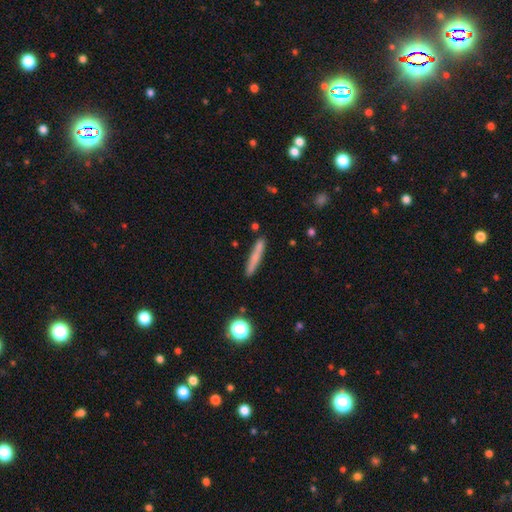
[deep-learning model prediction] A smooth galaxy with no disk features (67%) that is cigar-shaped (94%).

Vote fractions:
- Smooth or featured? smooth: 67% / featured or disk: 25% / star or artifact: 8%
- How rounded? cigar-shaped: 94% / in between: 4% / round: 2%
- Merging? none: 85% / minor disturbance: 10% / merger: 3% / major disturbance: 2%